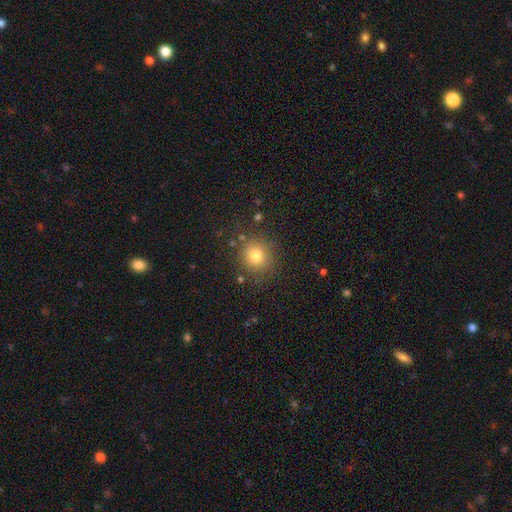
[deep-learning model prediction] Smooth or featured?
  - smooth: 77% *
  - star or artifact: 15%
  - featured or disk: 8%
How rounded?
  - round: 90% *
  - in between: 9%
  - cigar-shaped: 1%
Merging?
  - none: 85% *
  - minor disturbance: 9%
  - major disturbance: 3%
  - merger: 3%